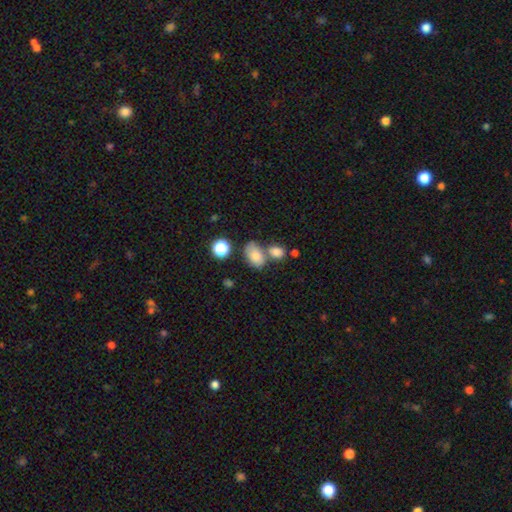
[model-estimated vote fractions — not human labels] Q: Smooth or featured?
A: smooth (78%); runner-up: featured or disk (12%)
Q: How rounded?
A: in between (85%); runner-up: round (14%)
Q: Merging?
A: none (43%); runner-up: merger (34%)